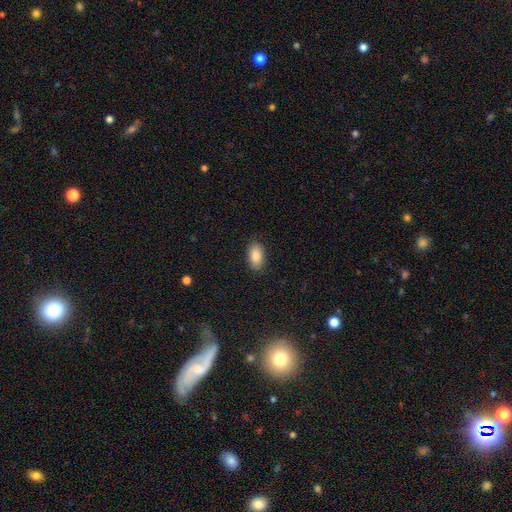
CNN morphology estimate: A smooth galaxy with no disk features (86%) that is in between round and cigar-shaped (92%). Merging: none (87%).